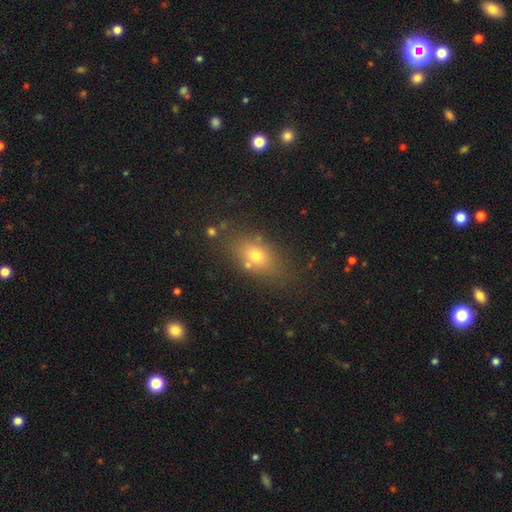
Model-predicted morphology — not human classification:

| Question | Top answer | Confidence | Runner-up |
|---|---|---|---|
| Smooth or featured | smooth | 69% | featured or disk (17%) |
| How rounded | in between | 74% | round (20%) |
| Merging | none | 74% | minor disturbance (13%) |